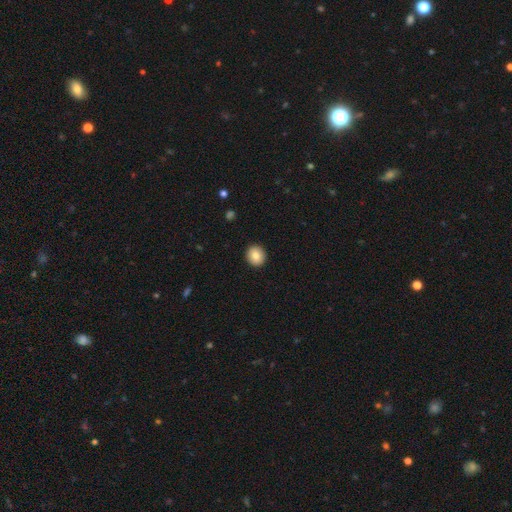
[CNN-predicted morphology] The model was most divided on "how rounded": round: 86%, in between: 13%, cigar-shaped: 1%. More confident: merging — none (93%); smooth or featured — smooth (84%).